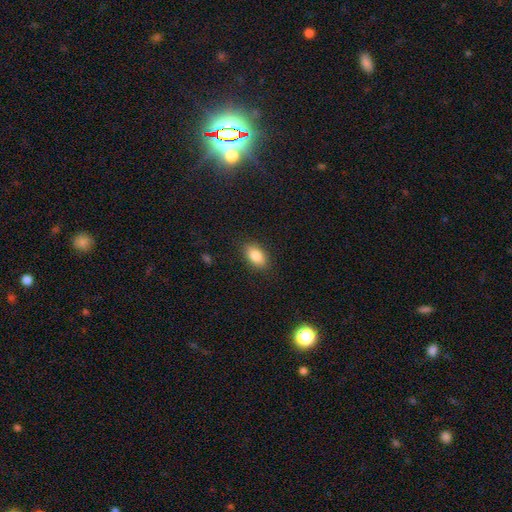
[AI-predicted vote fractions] Q: Smooth or featured?
A: smooth (85%); runner-up: star or artifact (8%)
Q: How rounded?
A: in between (90%); runner-up: round (7%)
Q: Merging?
A: none (87%); runner-up: minor disturbance (9%)